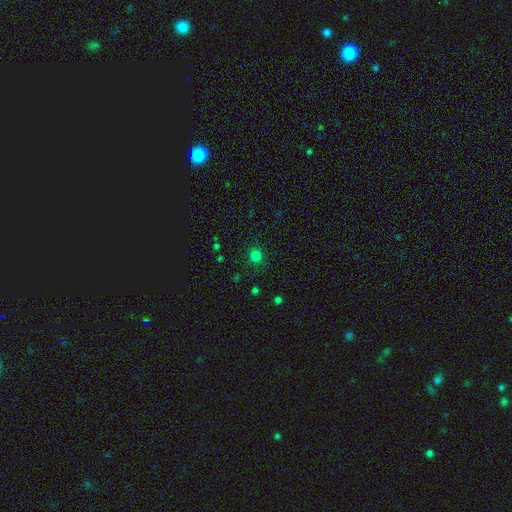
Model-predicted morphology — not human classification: Smooth or featured? smooth (79%)
How rounded? round (93%)
Merging? none (89%)